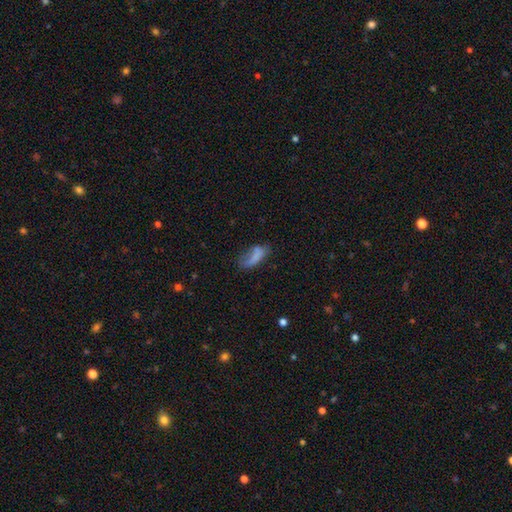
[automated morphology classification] Smooth or featured? smooth (68%)
How rounded? in between (79%)
Merging? none (38%)